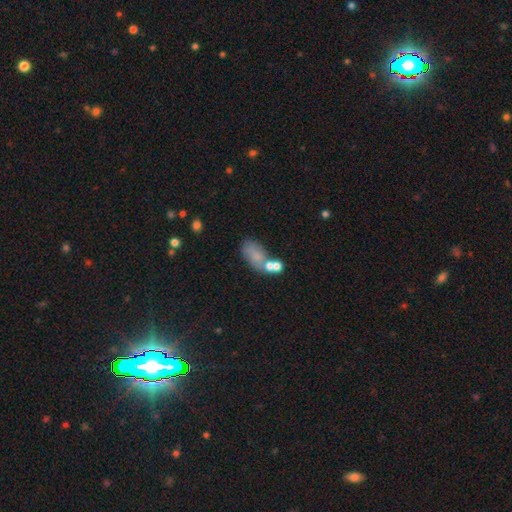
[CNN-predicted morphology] A smooth galaxy with no disk features (68%) that is in between round and cigar-shaped (86%).

Vote fractions:
- Smooth or featured? smooth: 68% / featured or disk: 20% / star or artifact: 12%
- How rounded? in between: 86% / round: 9% / cigar-shaped: 5%
- Merging? none: 44% / merger: 26% / minor disturbance: 19% / major disturbance: 11%